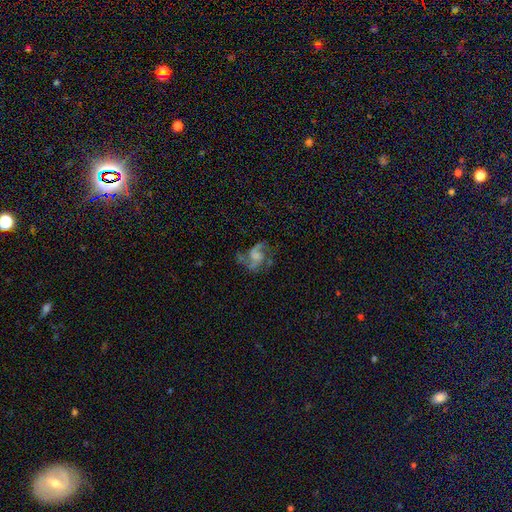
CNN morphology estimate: Smooth or featured?
  - featured or disk: 71% *
  - smooth: 15%
  - star or artifact: 14%
Edge-on disk?
  - no: 97% *
  - yes: 3%
Bar?
  - no: 53% *
  - weak: 37%
  - strong: 10%
Spiral arms?
  - yes: 87% *
  - no: 13%
Spiral winding?
  - loose: 44% * (tied)
  - medium: 44% * (tied)
  - tight: 11%
Spiral arm count?
  - 2: 67% *
  - can't tell: 11%
  - 3: 11%
  - 1: 6%
  - 4: 3%
  - more than 4: 3%
Bulge size?
  - moderate: 31% *
  - small: 30%
  - none: 26%
  - large: 11%
  - dominant: 2%
Merging?
  - none: 55% *
  - major disturbance: 24%
  - minor disturbance: 17%
  - merger: 4%